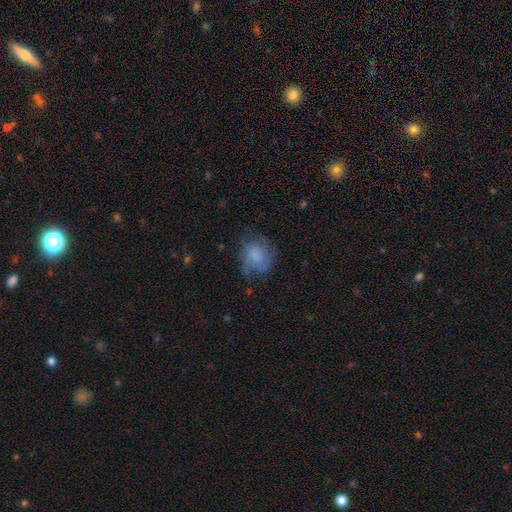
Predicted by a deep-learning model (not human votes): Q: Smooth or featured?
A: featured or disk (47%); runner-up: smooth (44%)
Q: Merging?
A: none (57%); runner-up: minor disturbance (24%)